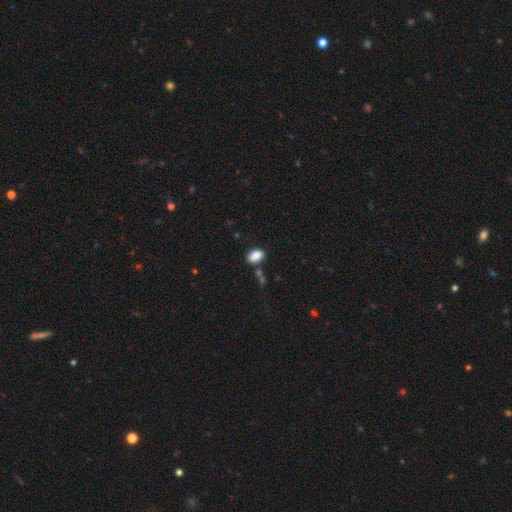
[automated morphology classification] smooth_or_featured: smooth (p=0.87) [alt: star or artifact p=0.09]
how_rounded: in between (p=0.88) [alt: round p=0.11]
merging: none (p=0.75) [alt: minor disturbance p=0.14]